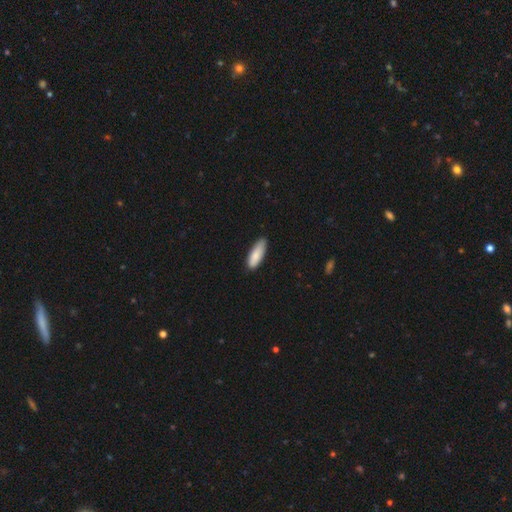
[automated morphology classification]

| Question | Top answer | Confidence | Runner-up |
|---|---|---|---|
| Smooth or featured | smooth | 86% | featured or disk (8%) |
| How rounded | in between | 60% | cigar-shaped (39%) |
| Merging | none | 79% | minor disturbance (17%) |